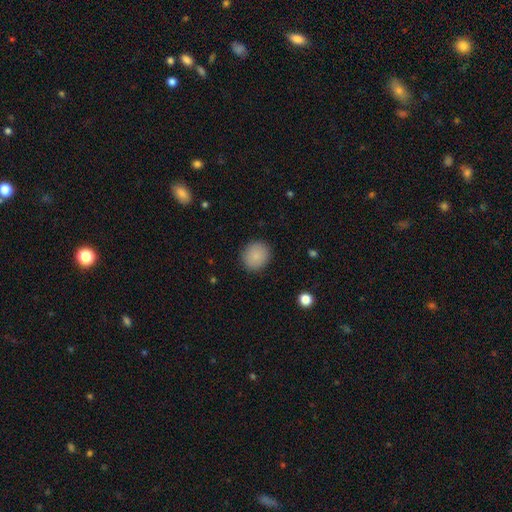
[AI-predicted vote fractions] This is clearly a smooth galaxy (86%). How rounded: clearly round (84%). Merging: clearly none (89%).